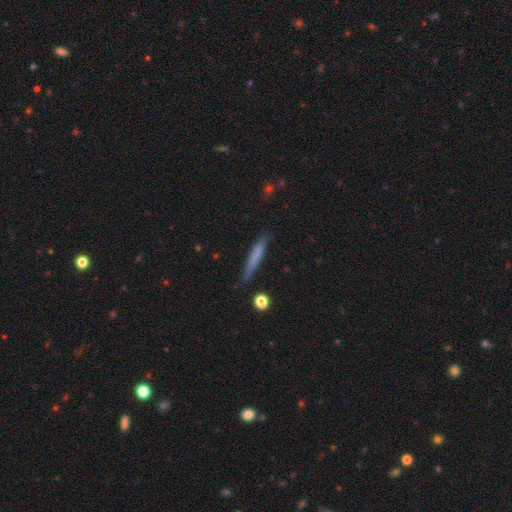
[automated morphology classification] smooth 69%, featured or disk 24%, star or artifact 7%. Down the decision tree: how rounded — cigar-shaped (94%); merging — none (82%).